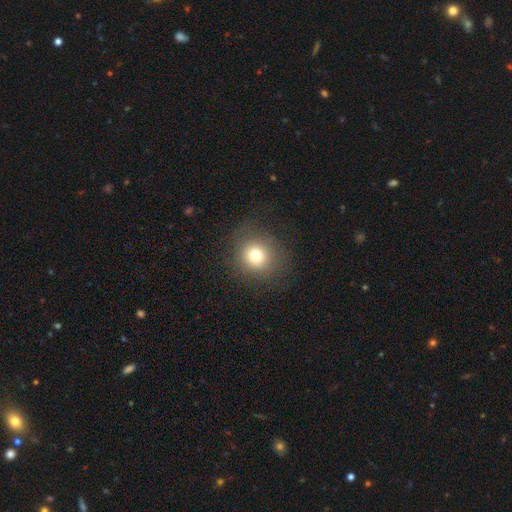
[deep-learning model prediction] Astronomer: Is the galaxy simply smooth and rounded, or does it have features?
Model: smooth — 74%.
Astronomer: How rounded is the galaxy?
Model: round — 90%.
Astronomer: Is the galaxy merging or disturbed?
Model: none — 86%.